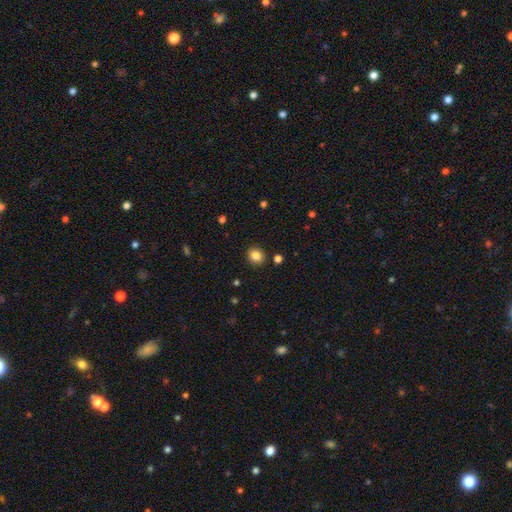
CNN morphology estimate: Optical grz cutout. It shows a smooth galaxy with no disk features (84%) that is round (71%). Merging: none (88%).